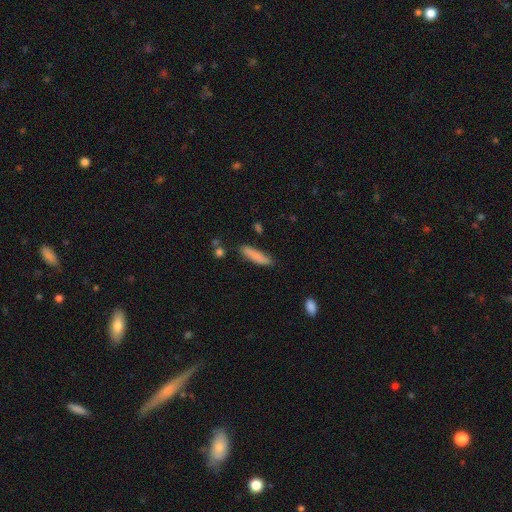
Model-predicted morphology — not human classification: This is clearly a smooth galaxy (83%). How rounded: clearly cigar-shaped (82%). Merging: clearly none (82%).